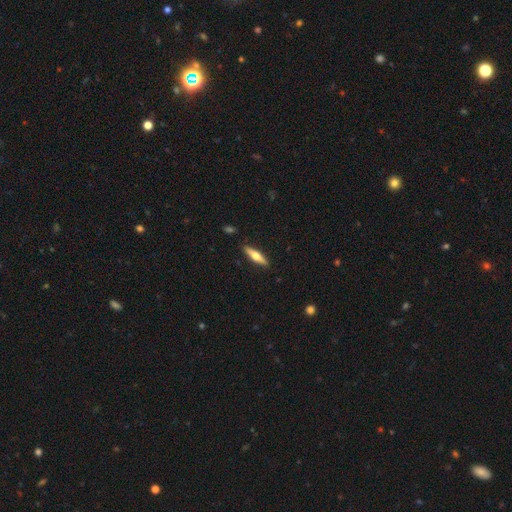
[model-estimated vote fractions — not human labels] Smooth or featured? Predicted: smooth (p=0.48). Merging? Predicted: none (p=0.89).